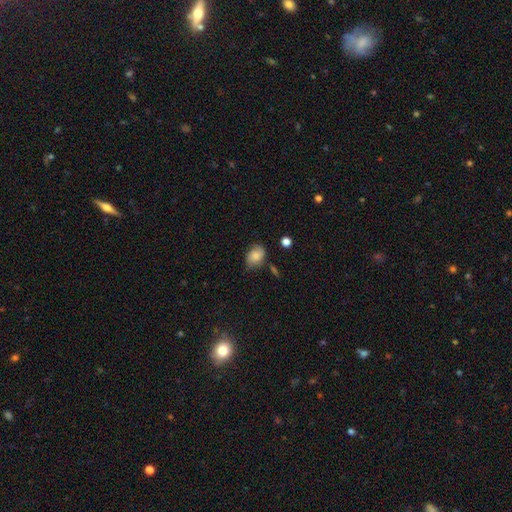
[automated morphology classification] Q: Smooth or featured?
A: smooth (75%); runner-up: featured or disk (16%)
Q: How rounded?
A: in between (73%); runner-up: round (26%)
Q: Merging?
A: none (64%); runner-up: minor disturbance (27%)